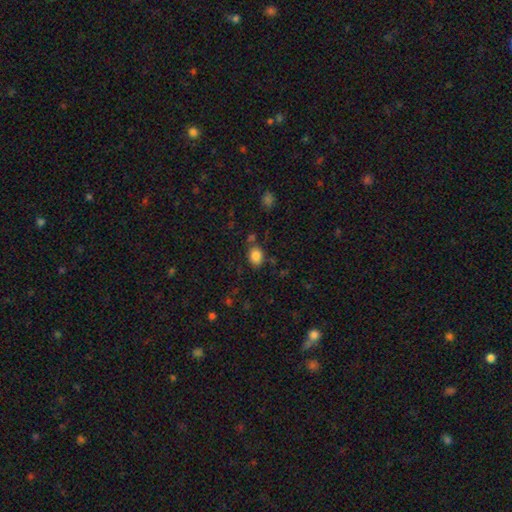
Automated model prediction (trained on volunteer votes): Smooth or featured? Predicted: smooth (p=0.85). How rounded? Predicted: in between (p=0.60). Merging? Predicted: none (p=0.74).